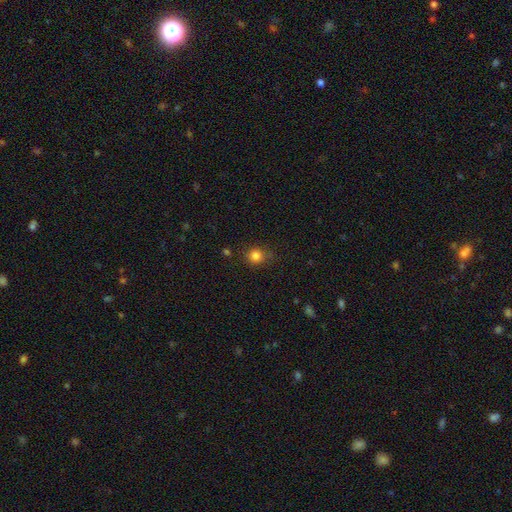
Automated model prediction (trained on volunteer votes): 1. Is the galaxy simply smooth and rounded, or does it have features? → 83% smooth, 12% star or artifact, 5% featured or disk.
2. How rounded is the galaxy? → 88% round, 11% in between, 1% cigar-shaped.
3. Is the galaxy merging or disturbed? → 78% none, 16% minor disturbance, 4% major disturbance, 2% merger.